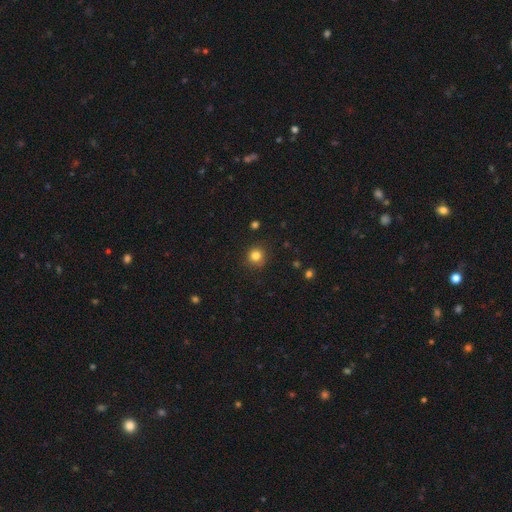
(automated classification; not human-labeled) A smooth galaxy with no disk features (82%) that is round (91%).

Vote fractions:
- Smooth or featured? smooth: 82% / star or artifact: 12% / featured or disk: 5%
- How rounded? round: 91% / in between: 8% / cigar-shaped: 1%
- Merging? none: 88% / minor disturbance: 9% / major disturbance: 2% / merger: 1%